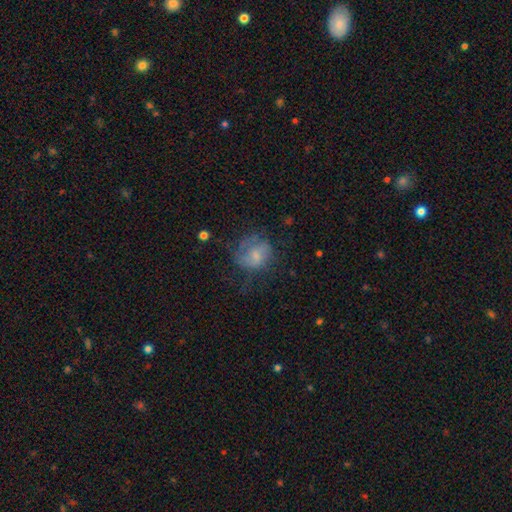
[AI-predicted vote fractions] The model was most divided on "merging": none: 42%, major disturbance: 30%, minor disturbance: 26%, merger: 2%. More confident: how rounded — round (67%); smooth or featured — smooth (54%).